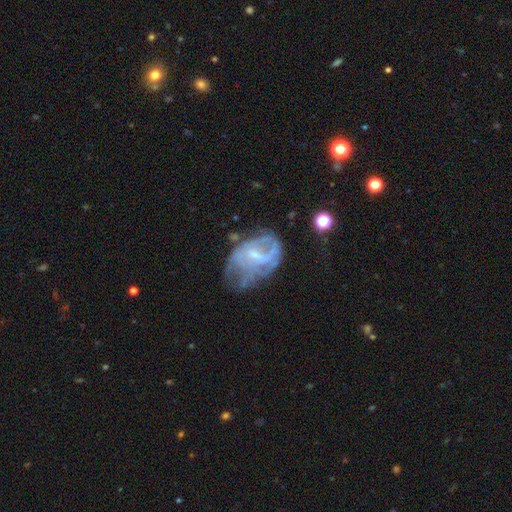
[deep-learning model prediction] This is likely a featured or disk galaxy (69%). It is clearly not viewed edge-on (97%). Bar: possibly weak (47%). Spiral arm pattern: possibly yes (56%). Central bulge: possibly small (51%). Merging: marginally none (34%, tied with major disturbance).